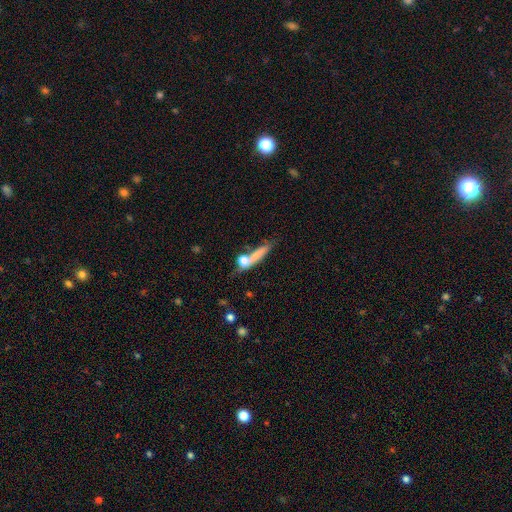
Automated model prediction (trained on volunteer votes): Morphology: type=smooth (63%); roundness=cigar-shaped (59%); merging=none (37%).